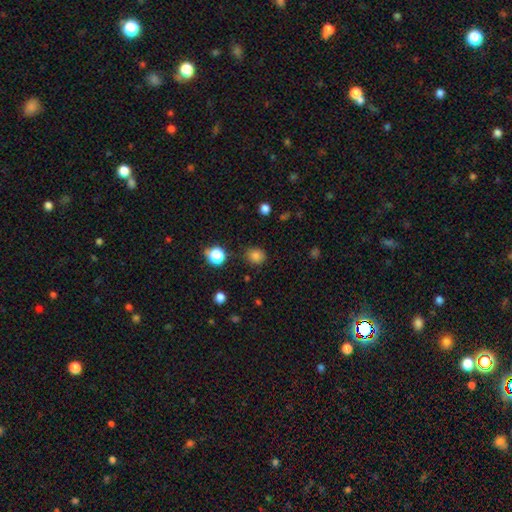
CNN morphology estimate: This appears to be a smooth galaxy with no disk features (80%) that is round (83%). Merging: none (83%).